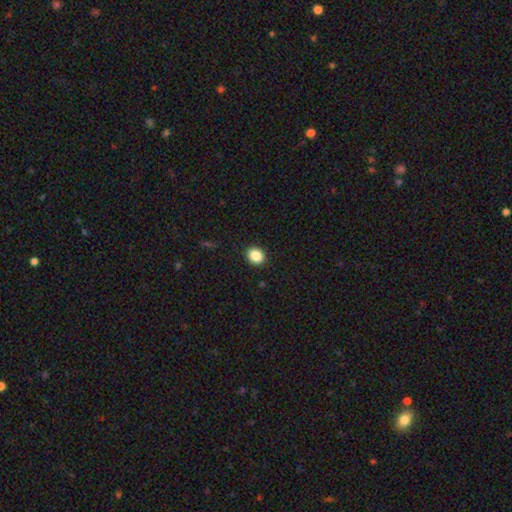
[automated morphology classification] This appears to be a smooth galaxy with no disk features (88%) that is round (59%). Merging: none (91%).